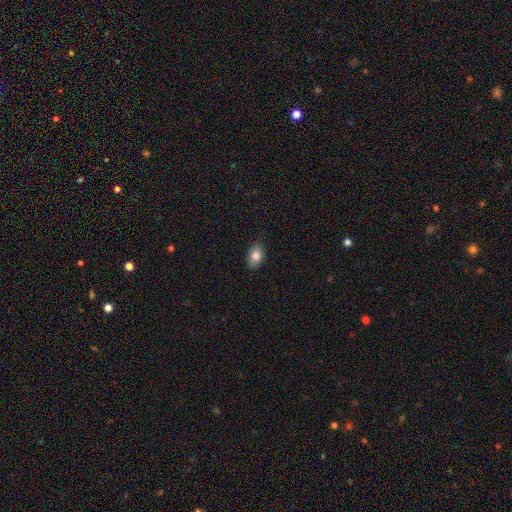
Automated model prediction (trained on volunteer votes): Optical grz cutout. It shows a smooth galaxy with no disk features (83%) that is in between round and cigar-shaped (88%). Merging: none (84%).